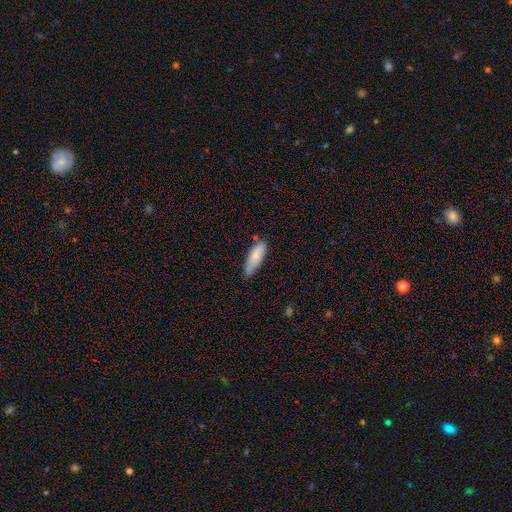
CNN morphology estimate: Overall: smooth (82%). How rounded: in between (56%; cigar-shaped 42%). Merging: none (62%; minor disturbance 30%).